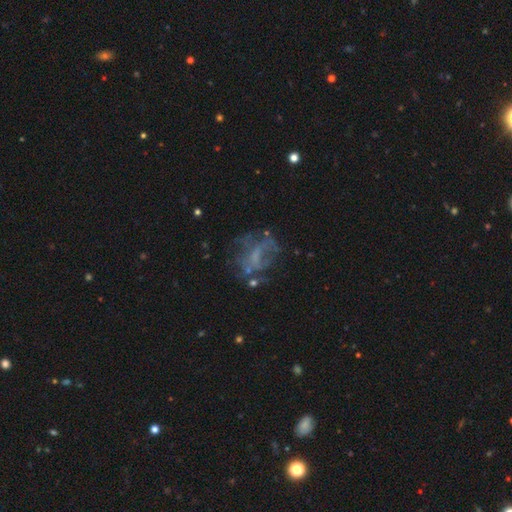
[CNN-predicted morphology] Smooth or featured: featured or disk — 58% (smooth — 25%)
Edge-on disk: no — 97% (yes — 3%)
Bar: no — 65% (weak — 28%)
Spiral arms: no — 67% (yes — 33%)
Bulge size: none — 55% (small — 25%)
Merging: none — 46% (major disturbance — 29%)